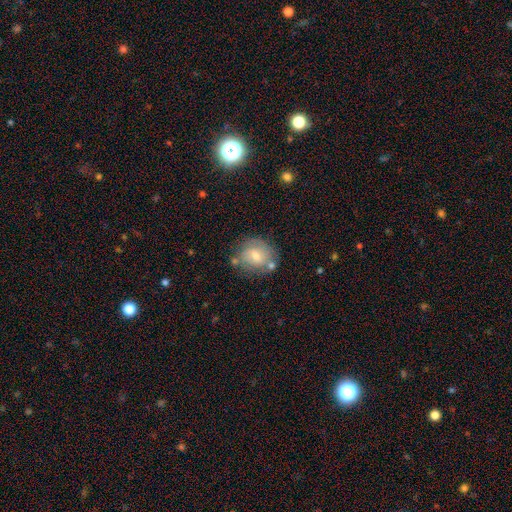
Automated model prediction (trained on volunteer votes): The model was most divided on "smooth or featured": smooth: 58%, featured or disk: 34%, star or artifact: 8%. More confident: how rounded — round (74%); merging — none (60%).